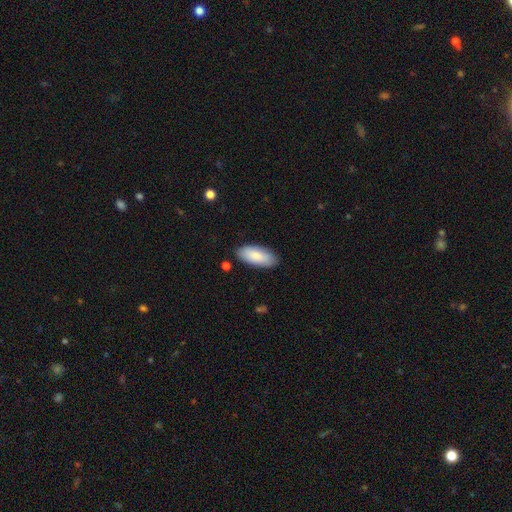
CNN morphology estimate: smooth-or-featured: smooth: 85% | featured or disk: 10% | star or artifact: 6%
  how-rounded: in between: 87% | cigar-shaped: 11% | round: 2%
  merging: none: 85% | minor disturbance: 11% | major disturbance: 2% | merger: 2%